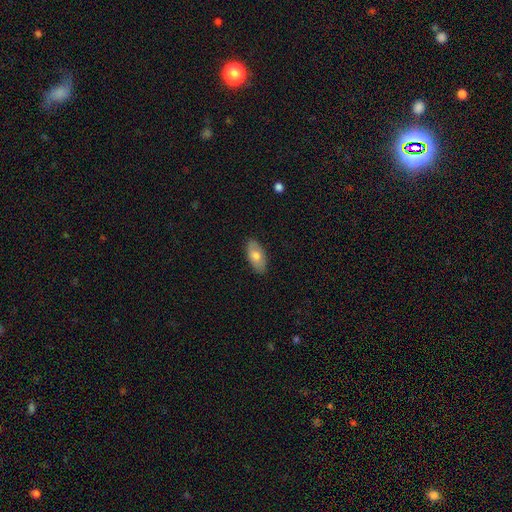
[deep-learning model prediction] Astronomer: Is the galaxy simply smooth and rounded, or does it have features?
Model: smooth — 71%.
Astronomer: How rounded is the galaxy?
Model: in between — 92%.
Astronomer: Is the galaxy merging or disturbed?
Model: none — 86%.